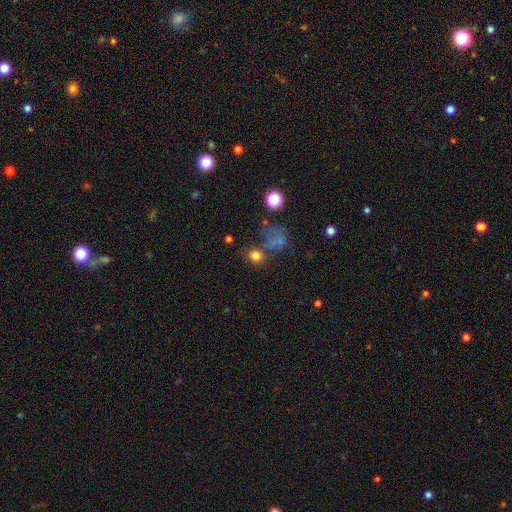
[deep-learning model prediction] The model was most divided on "merging": none: 66%, merger: 14%, minor disturbance: 12%, major disturbance: 8%. More confident: how rounded — round (78%); smooth or featured — smooth (75%).